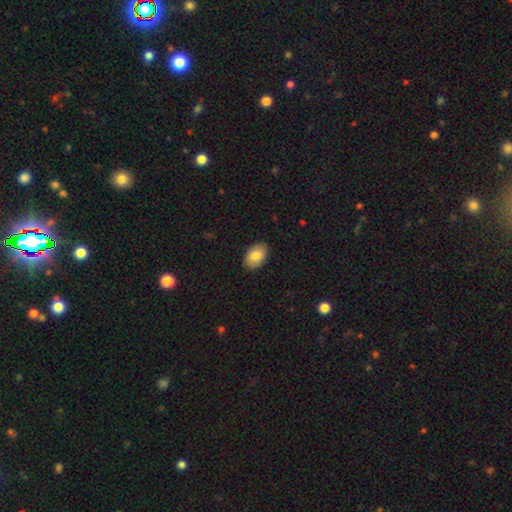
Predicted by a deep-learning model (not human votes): This is clearly a smooth galaxy (82%). How rounded: clearly in between (90%). Merging: clearly none (89%).